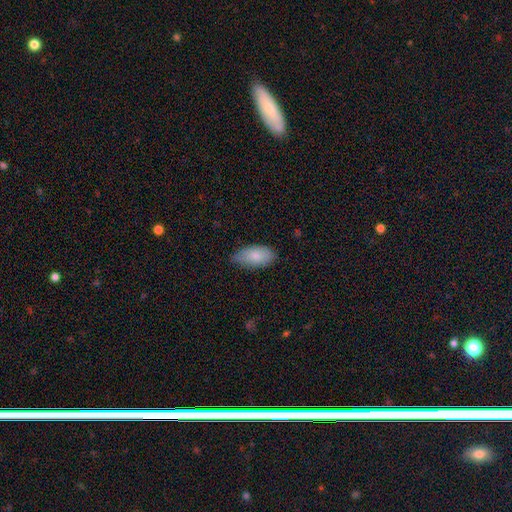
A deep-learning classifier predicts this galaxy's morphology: Overall: smooth (83%). How rounded: in between (93%). Merging: none (70%).